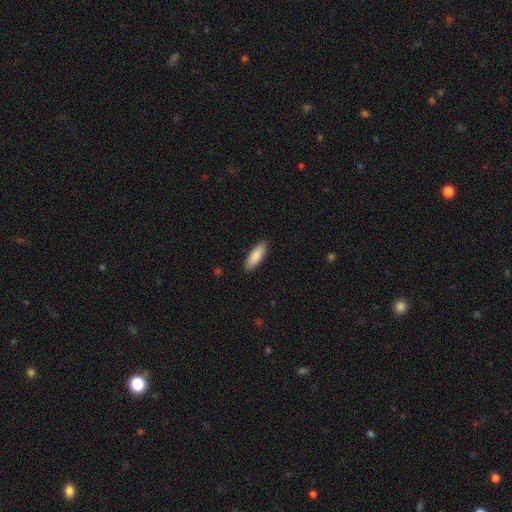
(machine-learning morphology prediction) A smooth galaxy with no disk features (88%) that is in between round and cigar-shaped (59%). Merging: none (89%).